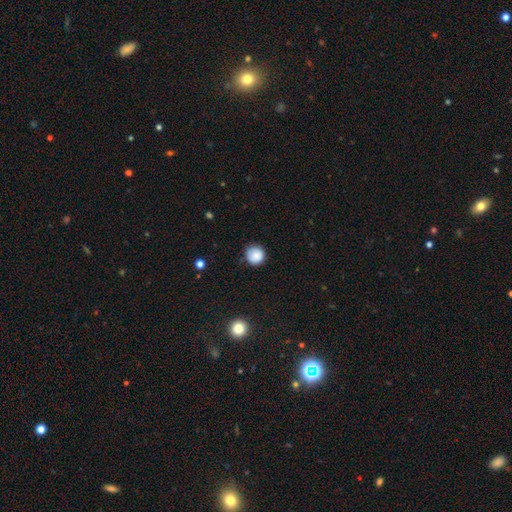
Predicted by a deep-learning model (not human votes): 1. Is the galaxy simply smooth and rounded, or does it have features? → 85% smooth, 9% star or artifact, 6% featured or disk.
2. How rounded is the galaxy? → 93% round, 6% in between, 1% cigar-shaped.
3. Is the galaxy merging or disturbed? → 78% none, 18% minor disturbance, 3% major disturbance, 1% merger.